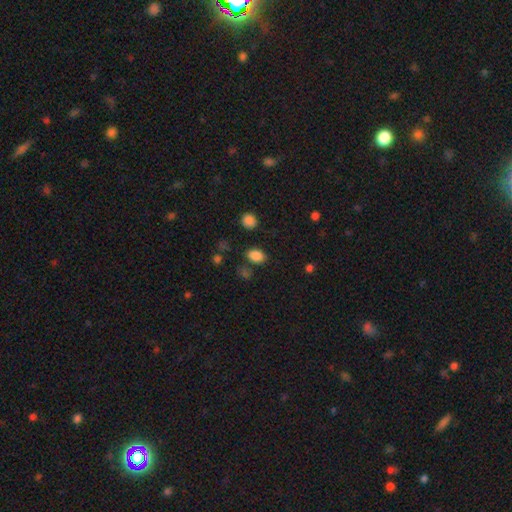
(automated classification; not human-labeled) smooth_or_featured: smooth (p=0.85) [alt: star or artifact p=0.11]
how_rounded: in between (p=0.80) [alt: round p=0.19]
merging: none (p=0.78) [alt: minor disturbance p=0.13]